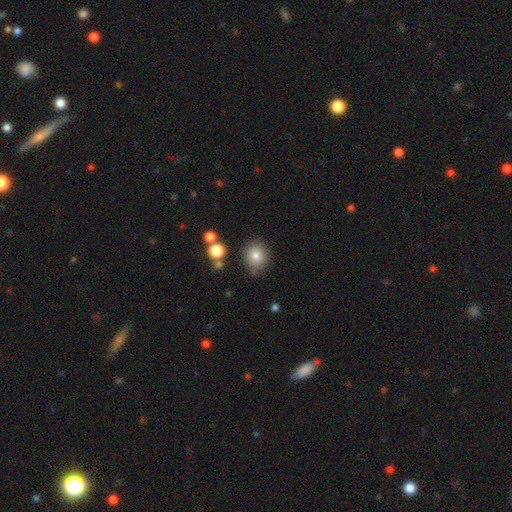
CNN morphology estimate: A smooth galaxy with no disk features (81%) that is round (72%).

Vote fractions:
- Smooth or featured? smooth: 81% / star or artifact: 10% / featured or disk: 9%
- How rounded? round: 72% / in between: 27% / cigar-shaped: 1%
- Merging? none: 79% / minor disturbance: 14% / merger: 4% / major disturbance: 3%